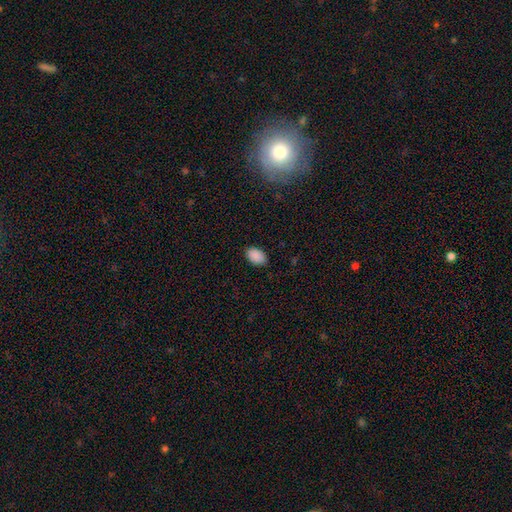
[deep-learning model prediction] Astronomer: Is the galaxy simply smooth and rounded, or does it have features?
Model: smooth — 90%.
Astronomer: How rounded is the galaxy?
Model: in between — 91%.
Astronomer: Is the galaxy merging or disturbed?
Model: none — 87%.